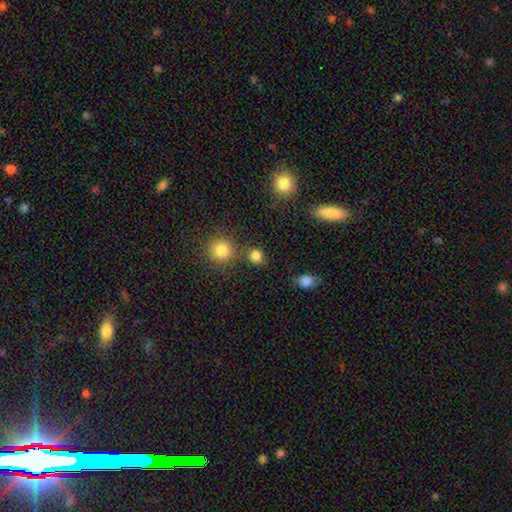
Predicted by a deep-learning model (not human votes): Smooth or featured? Predicted: smooth (p=0.83). How rounded? Predicted: round (p=0.83). Merging? Predicted: none (p=0.76).